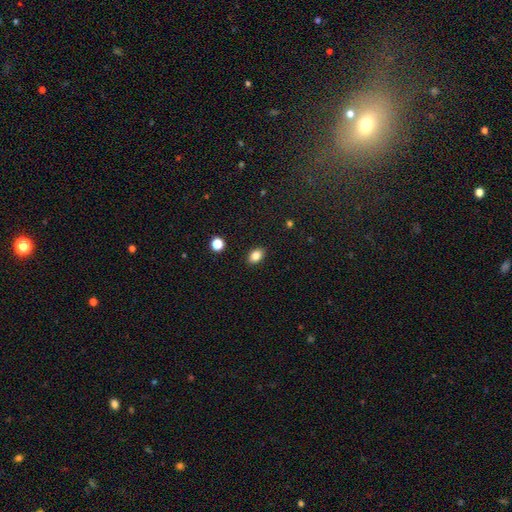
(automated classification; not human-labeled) This is clearly a smooth galaxy (85%). How rounded: clearly in between (83%). Merging: clearly none (89%).